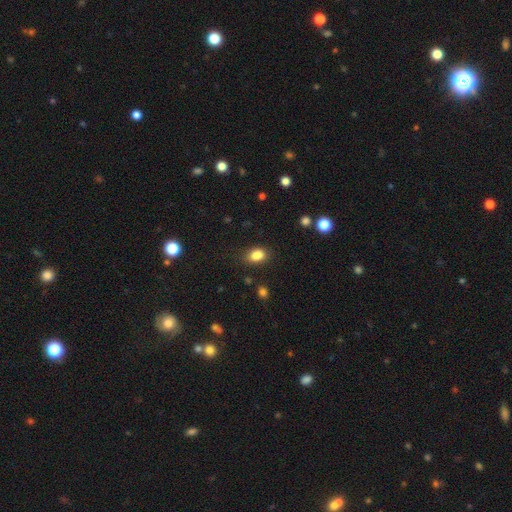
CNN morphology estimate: This appears to be a smooth galaxy with no disk features (85%) that is in between round and cigar-shaped (82%). Merging: none (77%).